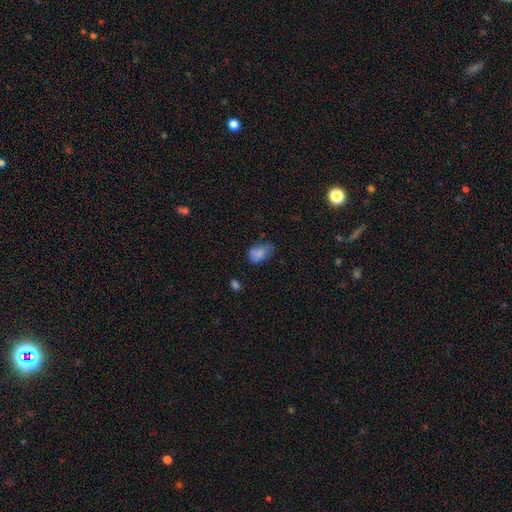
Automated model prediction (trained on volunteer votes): Smooth or featured? smooth (74%)
How rounded? in between (83%)
Merging? none (47%)